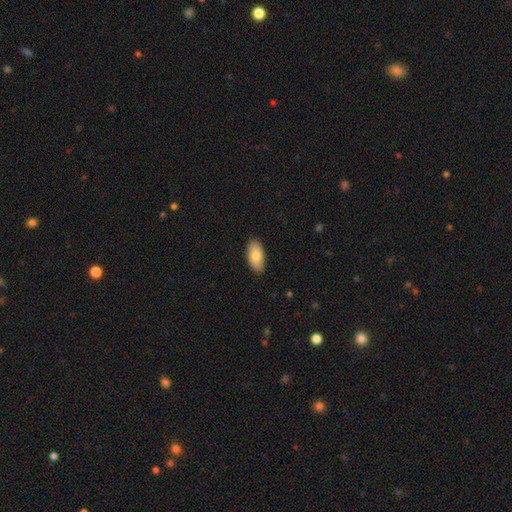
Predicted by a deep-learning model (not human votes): smooth-or-featured: smooth: 84% | featured or disk: 11% | star or artifact: 6%
  how-rounded: in between: 94% | cigar-shaped: 4% | round: 2%
  merging: none: 89% | minor disturbance: 9% | major disturbance: 2% | merger: 1%